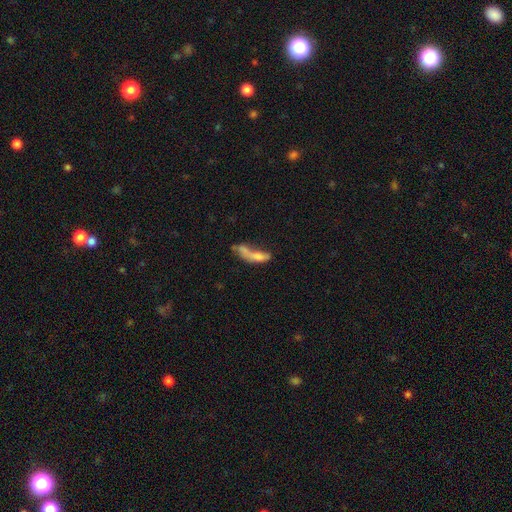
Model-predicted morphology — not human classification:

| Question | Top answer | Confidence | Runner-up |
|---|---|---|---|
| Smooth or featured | smooth | 60% | featured or disk (29%) |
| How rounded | in between | 50% | cigar-shaped (45%) |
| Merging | merger | 42% | major disturbance (24%) |